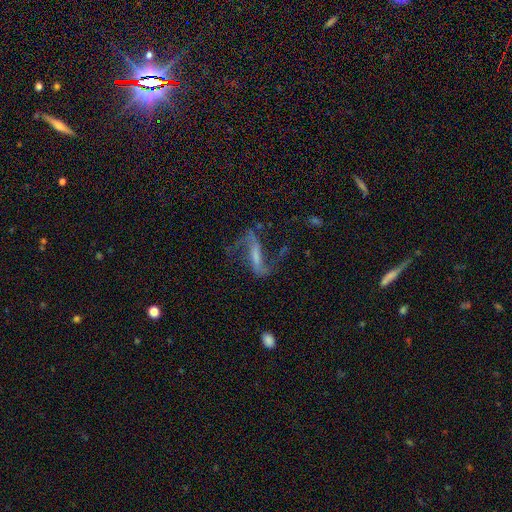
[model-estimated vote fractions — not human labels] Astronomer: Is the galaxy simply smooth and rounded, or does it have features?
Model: featured or disk — 77%.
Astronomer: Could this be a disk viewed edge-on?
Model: no — 87%.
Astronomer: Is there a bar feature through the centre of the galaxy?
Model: strong — 50% (runner-up: weak, 32%).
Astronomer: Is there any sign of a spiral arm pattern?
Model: yes — 90%.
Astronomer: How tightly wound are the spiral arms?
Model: loose — 76%.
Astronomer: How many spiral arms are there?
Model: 2 — 89%.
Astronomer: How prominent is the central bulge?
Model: none — 38% (runner-up: small, 34%).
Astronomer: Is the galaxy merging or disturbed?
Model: none — 58%.